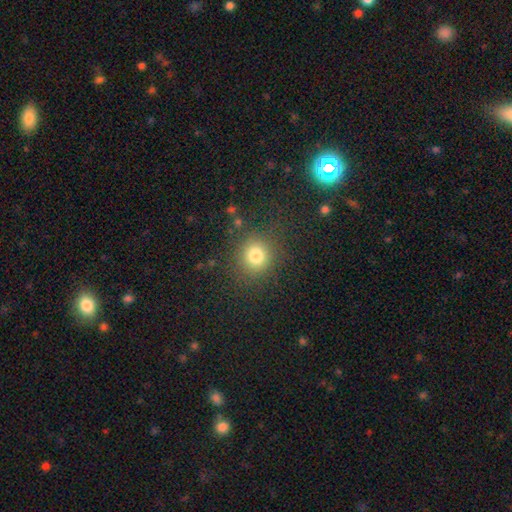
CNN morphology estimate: Smooth or featured? Predicted: smooth (p=0.79). How rounded? Predicted: round (p=0.86). Merging? Predicted: none (p=0.85).